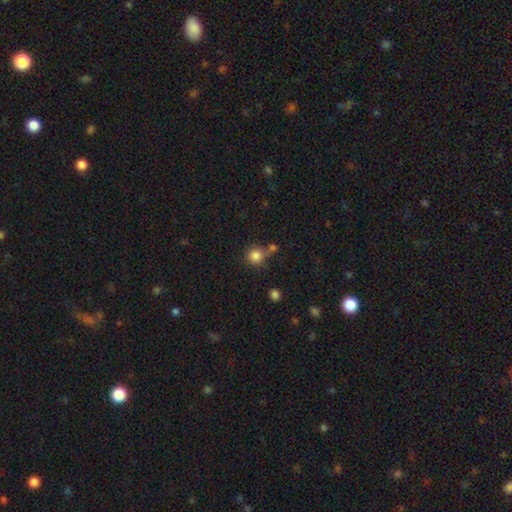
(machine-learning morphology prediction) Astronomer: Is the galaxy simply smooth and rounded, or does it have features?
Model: smooth — 84%.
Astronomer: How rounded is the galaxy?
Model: round — 92%.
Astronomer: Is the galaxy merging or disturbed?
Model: none — 62%.